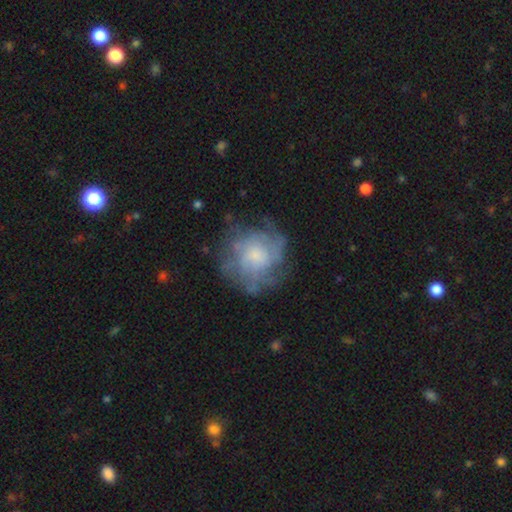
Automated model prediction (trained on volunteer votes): Overall: featured or disk (59%; smooth 31%). Edge-on disk: no (97%). Bar: no (79%). Spiral arms: yes (68%; no 32%). Bulge size: small (40%; moderate 34%). Merging: none (64%).